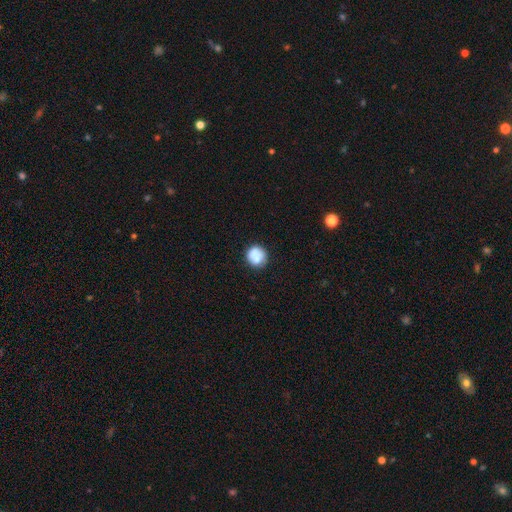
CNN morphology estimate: Smooth or featured? Predicted: smooth (p=0.79). How rounded? Predicted: round (p=0.91). Merging? Predicted: none (p=0.71).